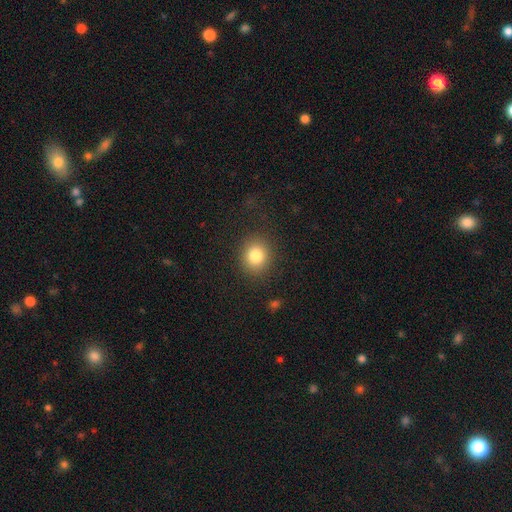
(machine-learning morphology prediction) This is clearly a smooth galaxy (82%). How rounded: likely round (77%). Merging: clearly none (87%).